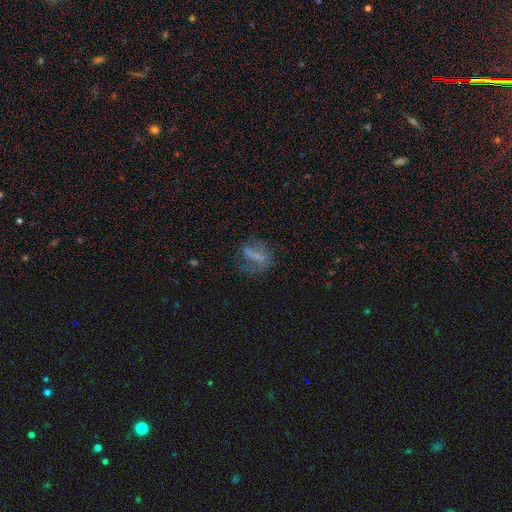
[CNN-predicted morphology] Smooth or featured? smooth (42%, tied with featured or disk)
Merging? none (49%)